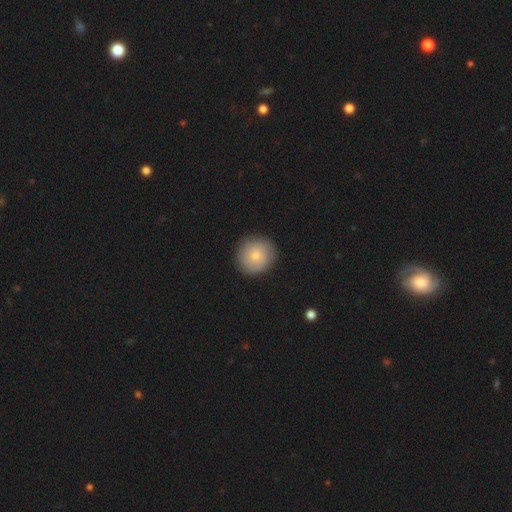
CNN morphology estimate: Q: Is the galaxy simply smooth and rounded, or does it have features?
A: smooth — 74%.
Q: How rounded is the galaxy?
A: round — 92%.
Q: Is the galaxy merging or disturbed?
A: none — 88%.